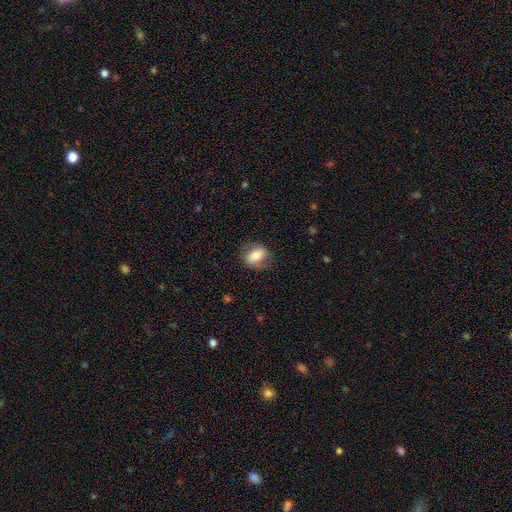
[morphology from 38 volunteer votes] A smooth galaxy with no disk features (61%) that is in between round and cigar-shaped (78%).

Vote fractions:
- Smooth or featured? smooth: 61% / featured or disk: 39% / star or artifact: 0%
- How rounded? in between: 78% / round: 17% / cigar-shaped: 4%
- Merging? none: 58% / minor disturbance: 34% / major disturbance: 8% / merger: 0%